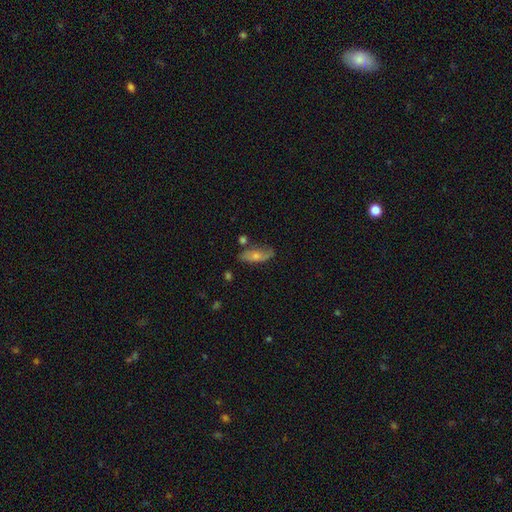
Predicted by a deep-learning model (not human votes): smooth-or-featured: smooth: 47% | featured or disk: 43% | star or artifact: 10%
  merging: none: 69% | minor disturbance: 20% | merger: 5% | major disturbance: 5%